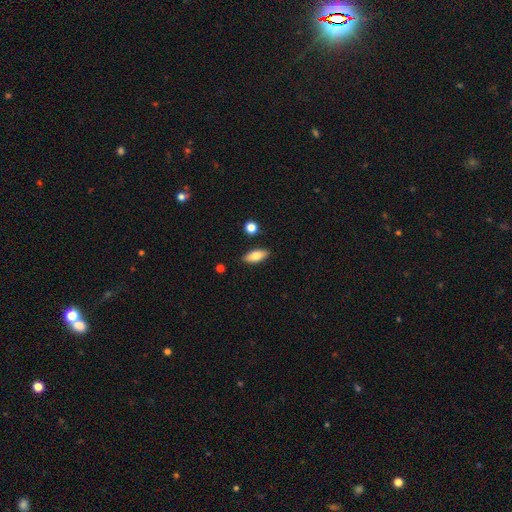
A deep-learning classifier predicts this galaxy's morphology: This appears to be a smooth galaxy with no disk features (78%) that is in between round and cigar-shaped (81%). Merging: none (87%).